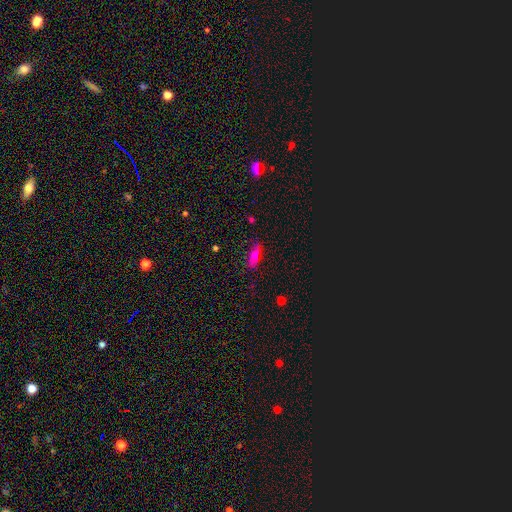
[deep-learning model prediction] Smooth or featured? smooth (62%)
How rounded? in between (58%)
Merging? none (72%)